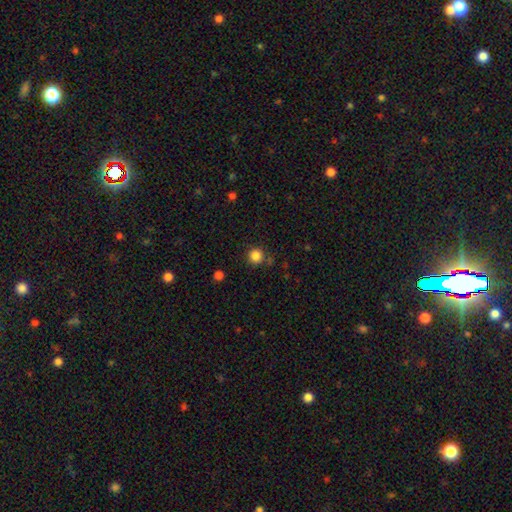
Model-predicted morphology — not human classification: The model was most divided on "smooth or featured": smooth: 85%, star or artifact: 12%, featured or disk: 4%. More confident: how rounded — round (95%); merging — none (85%).